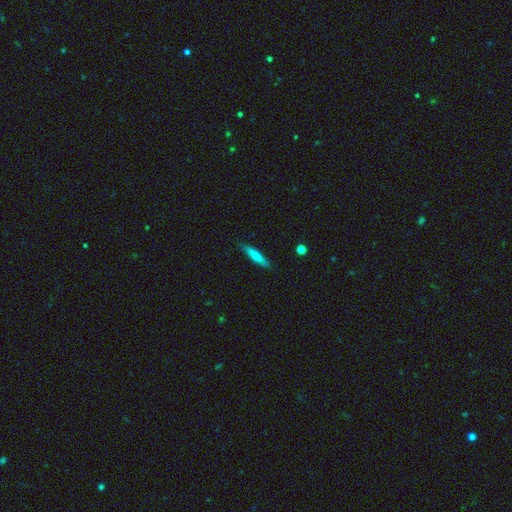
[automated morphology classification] A smooth galaxy with no disk features (56%) that is cigar-shaped (86%). Merging: none (88%).